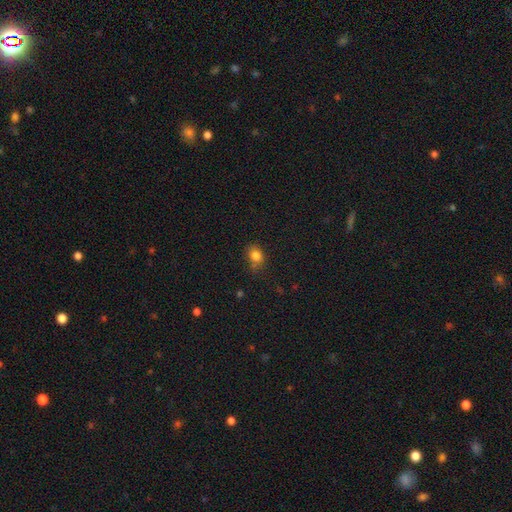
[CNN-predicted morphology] This appears to be a smooth galaxy with no disk features (81%) that is in between round and cigar-shaped (50%). Merging: none (61%).